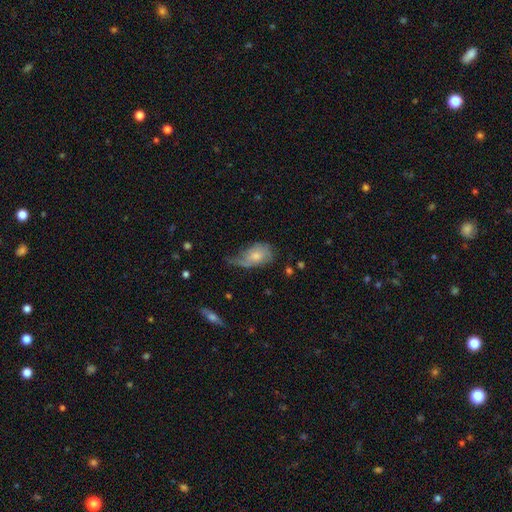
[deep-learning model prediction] smooth 53%, featured or disk 40%, star or artifact 7%. Down the decision tree: how rounded — in between (85%); merging — minor disturbance (38%).